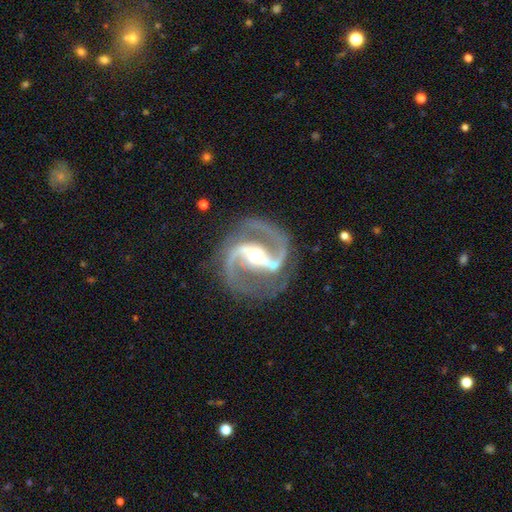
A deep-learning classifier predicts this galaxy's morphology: This appears to be a featured or disk galaxy (93%) with a strong bar (56%), 2 (94%) medium (67%) spiral arms (98%) and a moderate central bulge (69%). Merging: none (80%).